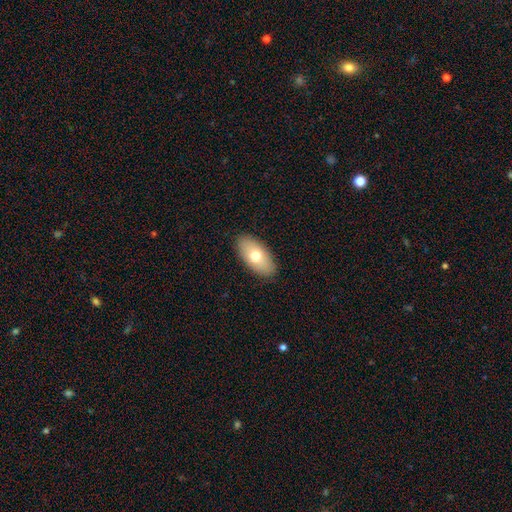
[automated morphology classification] Overall: smooth (69%). How rounded: in between (93%). Merging: none (88%).